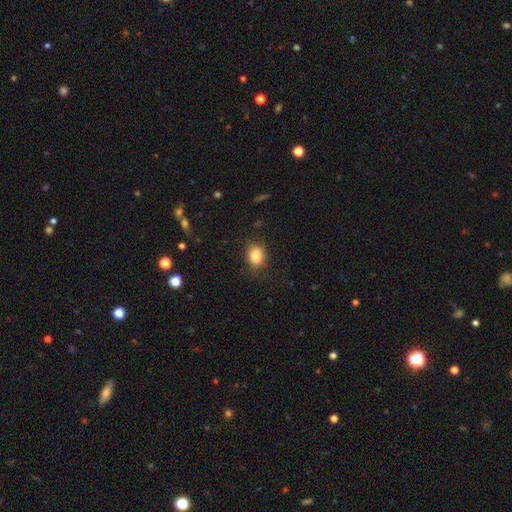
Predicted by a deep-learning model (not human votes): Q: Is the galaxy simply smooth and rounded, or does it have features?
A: smooth — 84%.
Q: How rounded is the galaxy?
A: round — 50%.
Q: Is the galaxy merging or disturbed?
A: none — 79%.